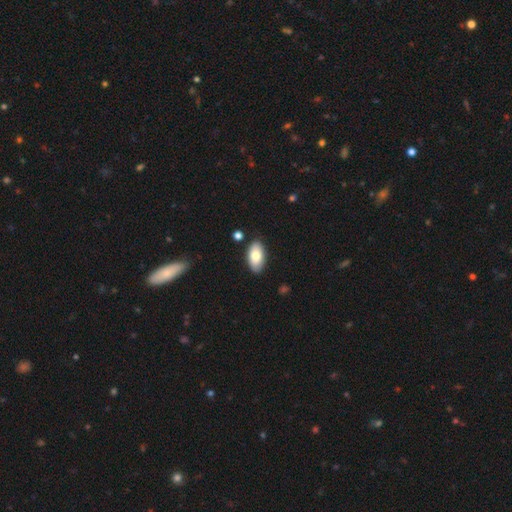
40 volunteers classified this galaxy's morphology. smooth_or_featured: smooth (p=0.90) [alt: featured or disk p=0.05]
how_rounded: in between (p=0.97) [alt: cigar-shaped p=0.03]
merging: none (p=0.97) [alt: minor disturbance p=0.03]